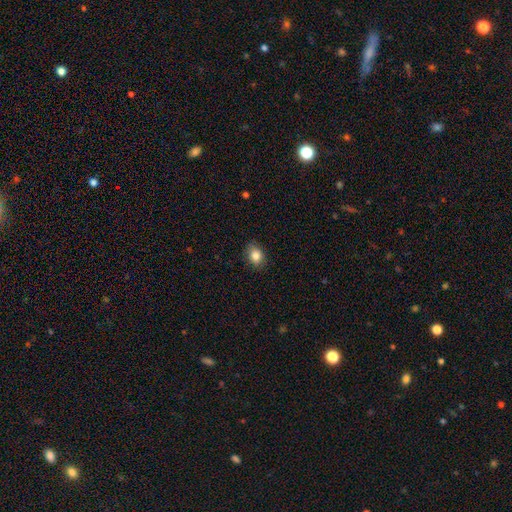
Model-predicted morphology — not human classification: Smooth or featured? smooth (85%)
How rounded? in between (63%)
Merging? none (86%)